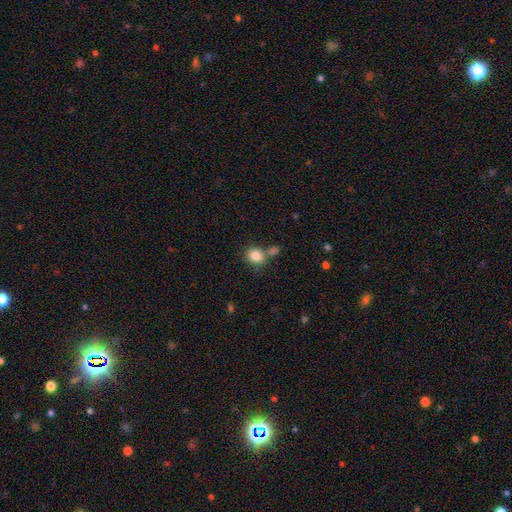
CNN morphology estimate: type=smooth (84%); roundness=round (70%); merging=none (64%).